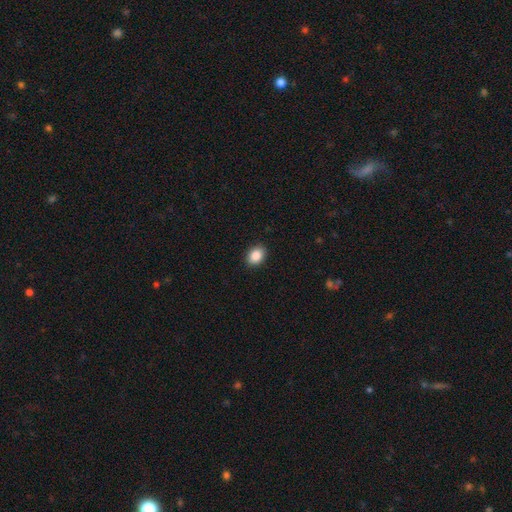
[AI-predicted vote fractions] smooth-or-featured: smooth: 87% | star or artifact: 8% | featured or disk: 4%
  how-rounded: in between: 69% | round: 30% | cigar-shaped: 1%
  merging: none: 90% | minor disturbance: 7% | major disturbance: 2% | merger: 1%